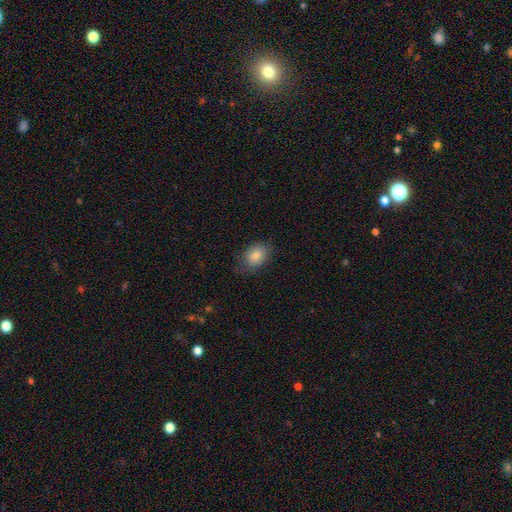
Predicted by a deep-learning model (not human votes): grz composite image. It shows a smooth galaxy with no disk features (85%) that is in between round and cigar-shaped (71%). Merging: none (72%).